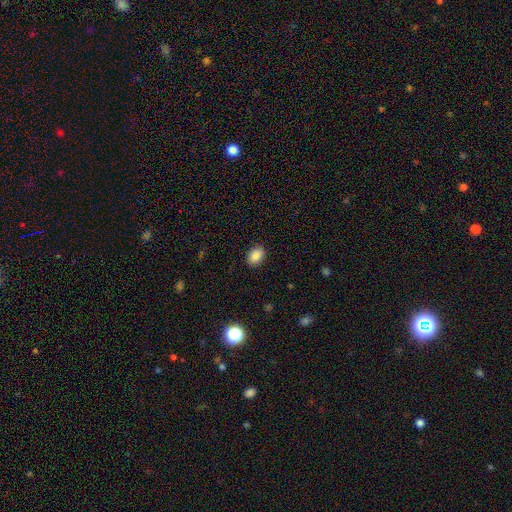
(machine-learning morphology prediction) smooth 88%, star or artifact 9%, featured or disk 4%. Down the decision tree: how rounded — in between (77%); merging — none (88%).